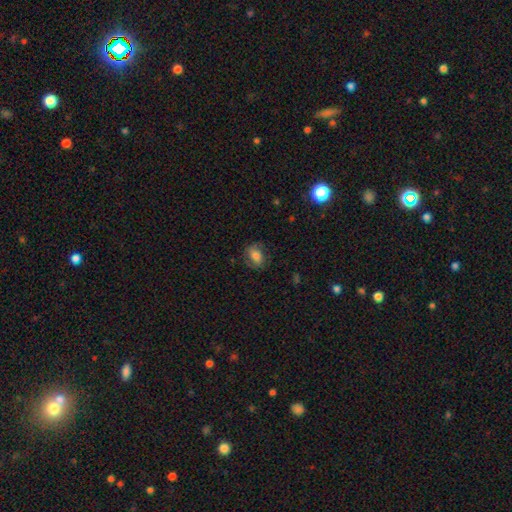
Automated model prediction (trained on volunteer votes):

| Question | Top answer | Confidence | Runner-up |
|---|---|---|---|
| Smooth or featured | smooth | 64% | featured or disk (27%) |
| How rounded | in between | 75% | round (23%) |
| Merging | none | 71% | minor disturbance (18%) |